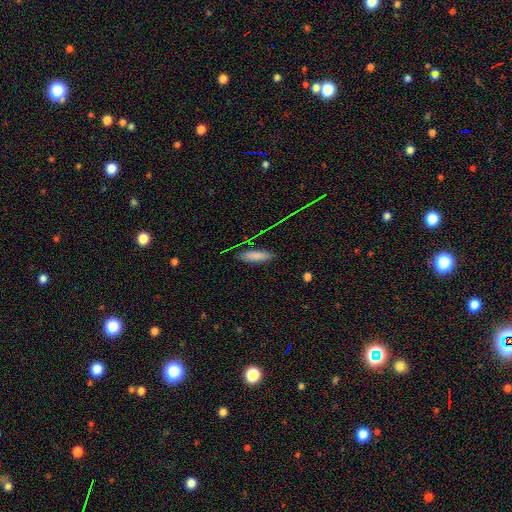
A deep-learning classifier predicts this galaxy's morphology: Smooth or featured? Predicted: smooth (p=0.82). How rounded? Predicted: cigar-shaped (p=0.53). Merging? Predicted: none (p=0.83).